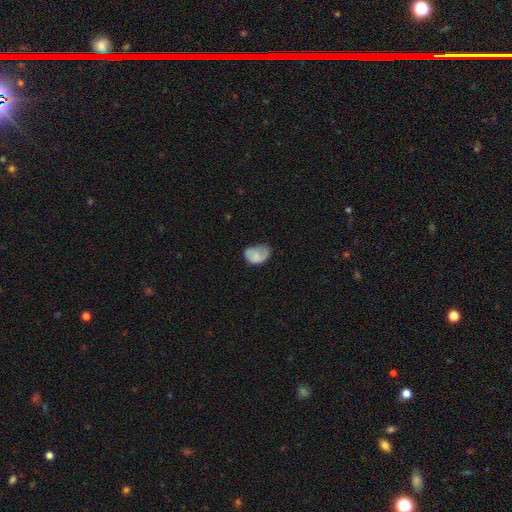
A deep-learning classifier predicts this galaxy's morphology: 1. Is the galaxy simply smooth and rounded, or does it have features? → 73% smooth, 19% featured or disk, 8% star or artifact.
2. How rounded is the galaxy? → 79% in between, 20% round, 1% cigar-shaped.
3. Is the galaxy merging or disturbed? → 41% minor disturbance, 33% none, 23% major disturbance, 2% merger.